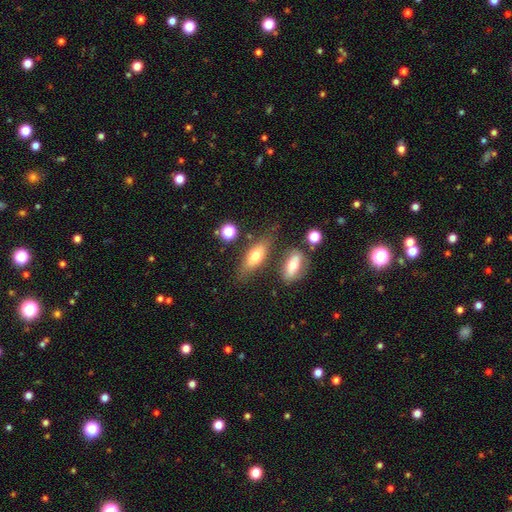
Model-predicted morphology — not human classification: Overall: smooth (68%). How rounded: in between (72%). Merging: none (66%).